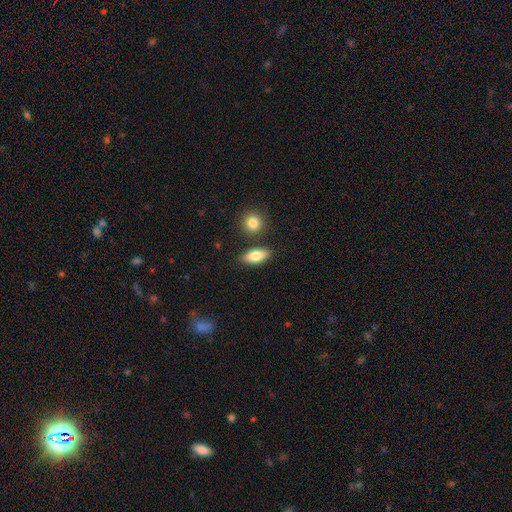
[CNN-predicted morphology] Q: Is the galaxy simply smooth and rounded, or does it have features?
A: smooth — 77%.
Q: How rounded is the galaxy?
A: in between — 77%.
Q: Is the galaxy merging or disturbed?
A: none — 82%.